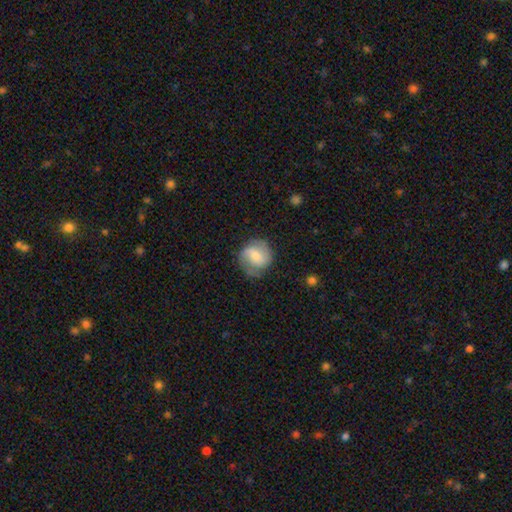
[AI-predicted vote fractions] Smooth or featured?
  - featured or disk: 56% *
  - smooth: 38%
  - star or artifact: 7%
Edge-on disk?
  - no: 98% *
  - yes: 2%
Bar?
  - weak: 46% *
  - no: 41%
  - strong: 13%
Spiral arms?
  - yes: 89% *
  - no: 11%
Bulge size?
  - moderate: 46% *
  - small: 43%
  - large: 6%
  - none: 4%
  - dominant: 1%
Merging?
  - none: 73% *
  - minor disturbance: 19%
  - major disturbance: 7%
  - merger: 1%